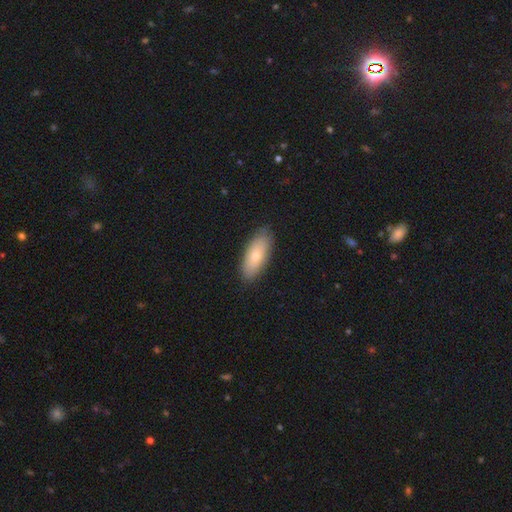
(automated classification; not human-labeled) Overall: smooth (70%). How rounded: in between (79%). Merging: none (85%).